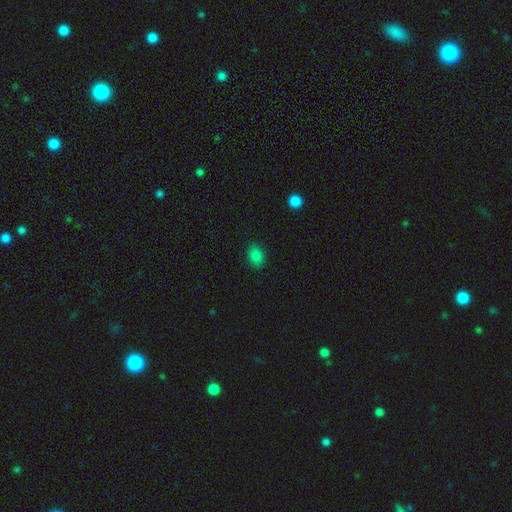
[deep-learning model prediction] smooth 84%, star or artifact 12%, featured or disk 4%. Down the decision tree: how rounded — in between (74%); merging — none (85%).